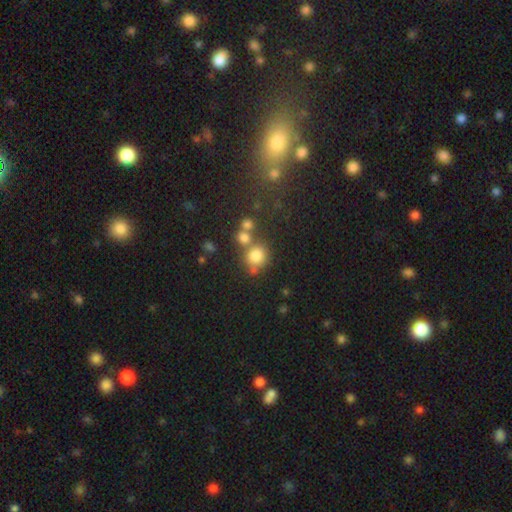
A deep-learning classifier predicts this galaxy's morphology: Q: Smooth or featured?
A: smooth (76%); runner-up: star or artifact (14%)
Q: How rounded?
A: round (83%); runner-up: in between (16%)
Q: Merging?
A: none (54%); runner-up: merger (29%)